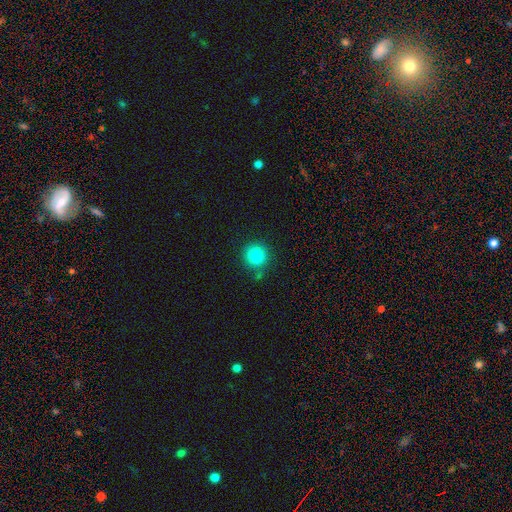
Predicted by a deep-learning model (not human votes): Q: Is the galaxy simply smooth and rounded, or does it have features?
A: smooth — 84%.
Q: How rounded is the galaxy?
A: round — 93%.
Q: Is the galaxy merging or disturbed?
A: none — 79%.